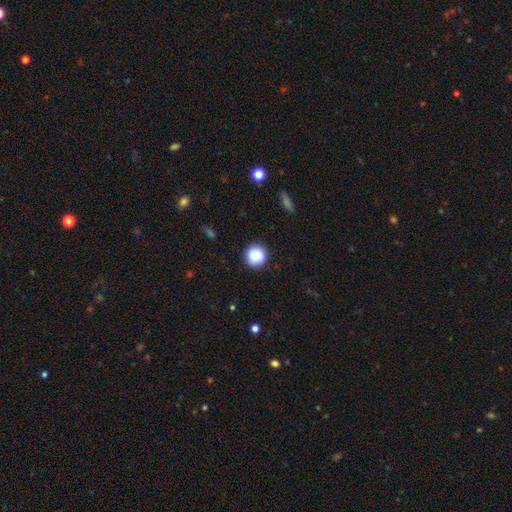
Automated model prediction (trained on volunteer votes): Smooth or featured? Predicted: smooth (p=0.87). How rounded? Predicted: round (p=0.95). Merging? Predicted: none (p=0.90).